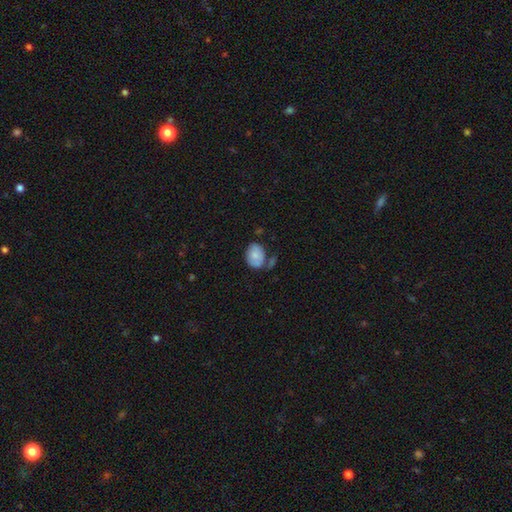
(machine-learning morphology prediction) Smooth or featured? smooth (79%)
How rounded? in between (71%)
Merging? none (53%)